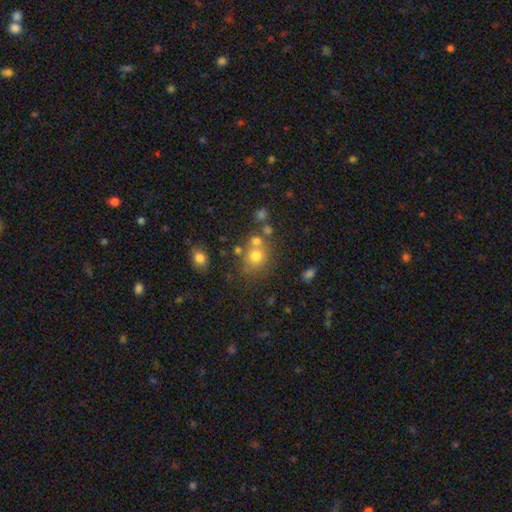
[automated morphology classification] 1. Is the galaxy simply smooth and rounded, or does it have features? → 72% smooth, 16% star or artifact, 13% featured or disk.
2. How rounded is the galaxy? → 80% round, 20% in between, 1% cigar-shaped.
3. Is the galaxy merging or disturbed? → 57% none, 27% merger, 11% minor disturbance, 5% major disturbance.